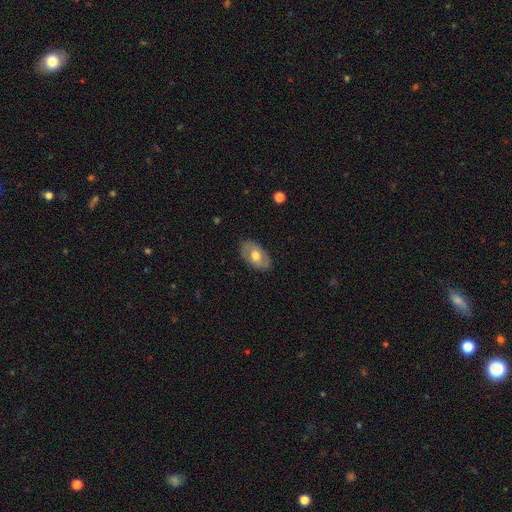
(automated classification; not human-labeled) Smooth or featured? Predicted: smooth (p=0.53). How rounded? Predicted: in between (p=0.90). Merging? Predicted: none (p=0.82).